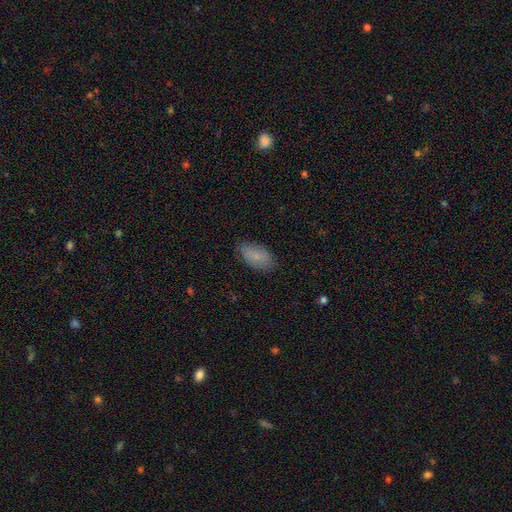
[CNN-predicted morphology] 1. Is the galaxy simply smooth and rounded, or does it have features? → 85% smooth, 8% featured or disk, 7% star or artifact.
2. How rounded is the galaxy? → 93% in between, 4% cigar-shaped, 3% round.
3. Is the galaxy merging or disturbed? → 82% none, 14% minor disturbance, 3% major disturbance, 1% merger.